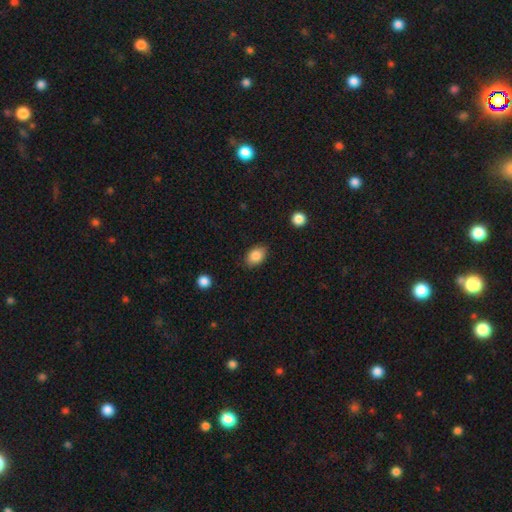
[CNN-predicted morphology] Q: Smooth or featured?
A: smooth (85%); runner-up: star or artifact (8%)
Q: How rounded?
A: in between (83%); runner-up: round (16%)
Q: Merging?
A: none (84%); runner-up: minor disturbance (12%)